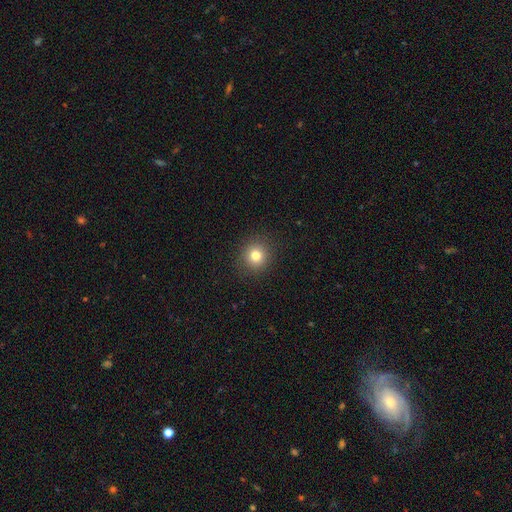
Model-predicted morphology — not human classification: Q: Smooth or featured?
A: smooth (80%); runner-up: star or artifact (13%)
Q: How rounded?
A: round (91%); runner-up: in between (8%)
Q: Merging?
A: none (91%); runner-up: minor disturbance (6%)